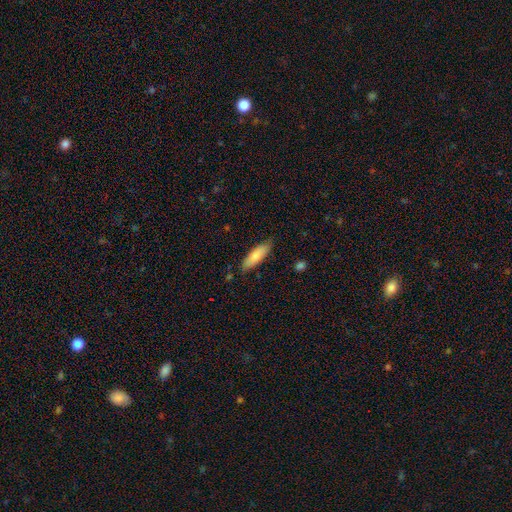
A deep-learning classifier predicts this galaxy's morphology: smooth_or_featured: smooth (p=0.81) [alt: featured or disk p=0.13]
how_rounded: cigar-shaped (p=0.50) [alt: in between p=0.49]
merging: none (p=0.82) [alt: minor disturbance p=0.14]